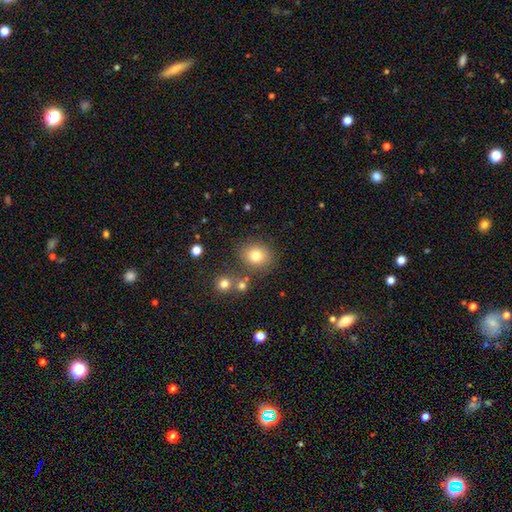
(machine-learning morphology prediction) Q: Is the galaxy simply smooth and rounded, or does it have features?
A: smooth — 78%.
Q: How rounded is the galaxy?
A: round — 69%.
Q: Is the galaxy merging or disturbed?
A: none — 77%.